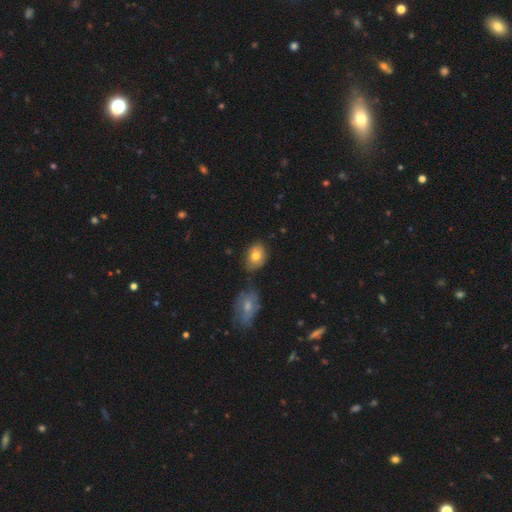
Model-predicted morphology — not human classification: The model was most divided on "how rounded": in between: 69%, round: 30%, cigar-shaped: 1%. More confident: smooth or featured — smooth (76%); merging — none (65%).